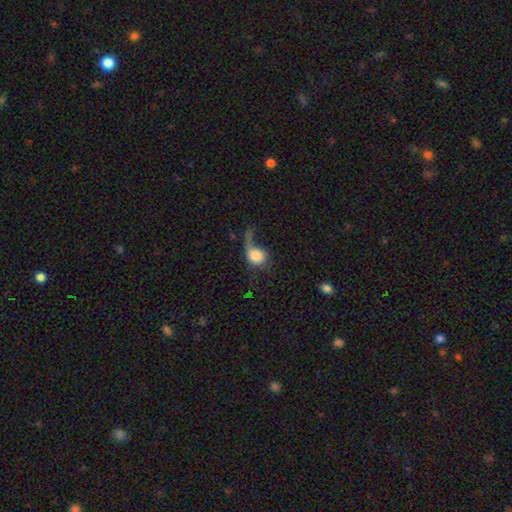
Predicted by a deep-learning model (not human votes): A smooth galaxy with no disk features (69%) that is round (68%).

Vote fractions:
- Smooth or featured? smooth: 69% / featured or disk: 22% / star or artifact: 8%
- How rounded? round: 68% / in between: 30% / cigar-shaped: 2%
- Merging? major disturbance: 51% / none: 22% / minor disturbance: 18% / merger: 8%